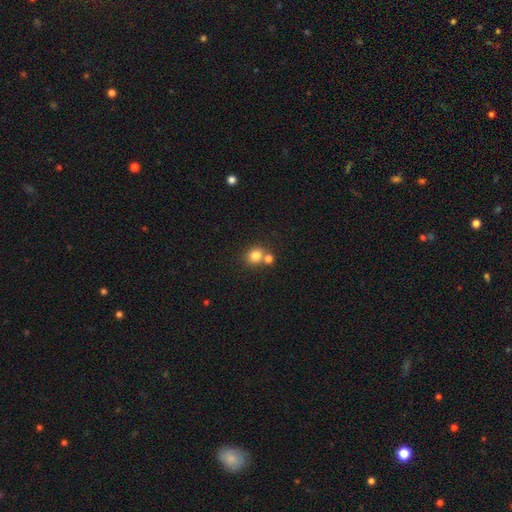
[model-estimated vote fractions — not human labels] This is clearly a smooth galaxy (81%). How rounded: likely round (72%). Merging: possibly none (56%).